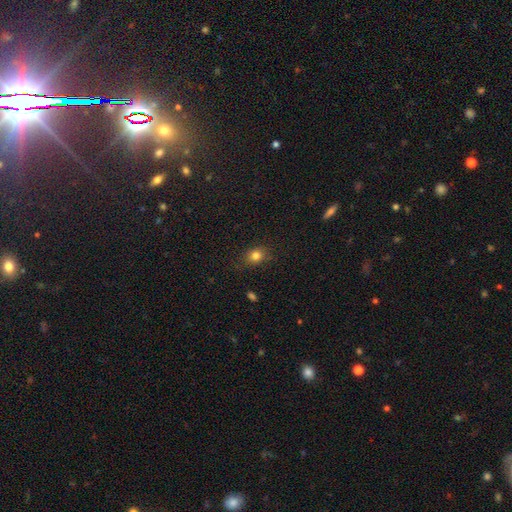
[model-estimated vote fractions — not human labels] A smooth galaxy with no disk features (80%) that is round (59%).

Vote fractions:
- Smooth or featured? smooth: 80% / star or artifact: 13% / featured or disk: 7%
- How rounded? round: 59% / in between: 40% / cigar-shaped: 1%
- Merging? none: 79% / minor disturbance: 16% / major disturbance: 4% / merger: 1%